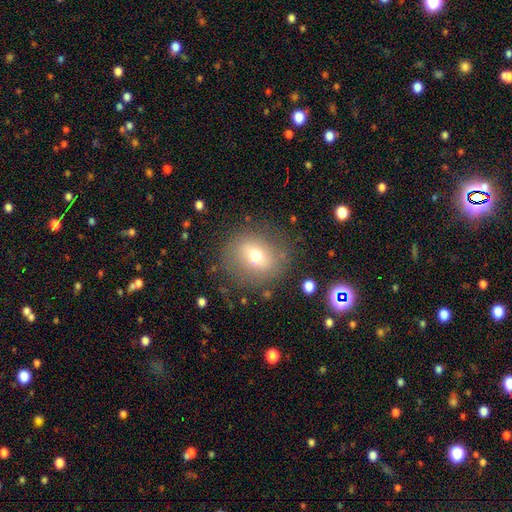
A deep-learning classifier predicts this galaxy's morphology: A smooth galaxy with no disk features (62%) that is round (74%). Merging: none (80%).